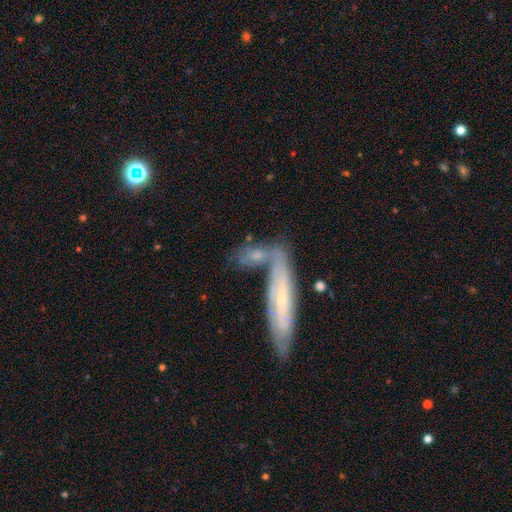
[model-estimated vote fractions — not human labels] The model was most divided on "how rounded": cigar-shaped: 48%, in between: 47%, round: 5%. Remaining: smooth or featured — smooth (50%); merging — merger (49%).